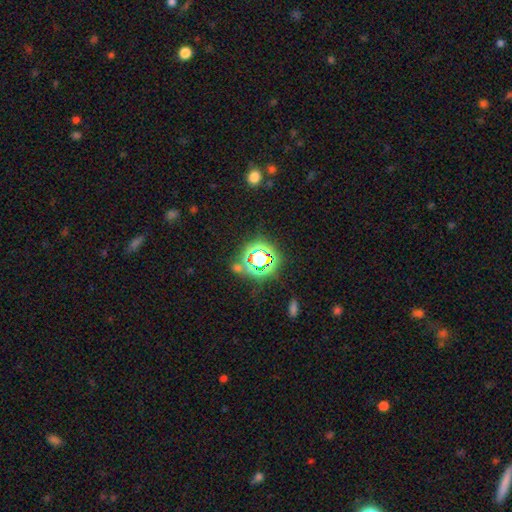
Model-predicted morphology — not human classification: smooth-or-featured: star or artifact: 76% | smooth: 16% | featured or disk: 8%